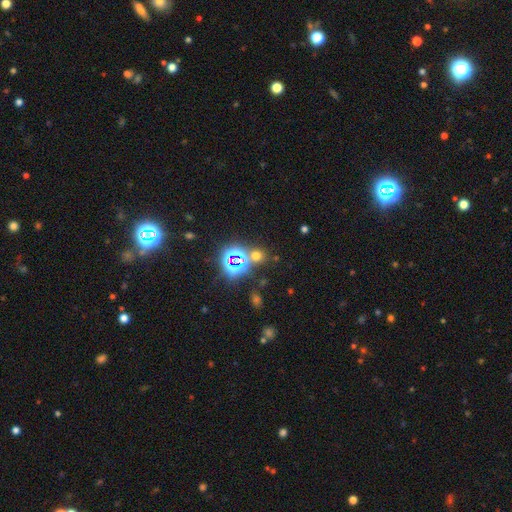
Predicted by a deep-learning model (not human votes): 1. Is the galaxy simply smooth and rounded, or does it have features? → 48% star or artifact, 45% smooth, 7% featured or disk.